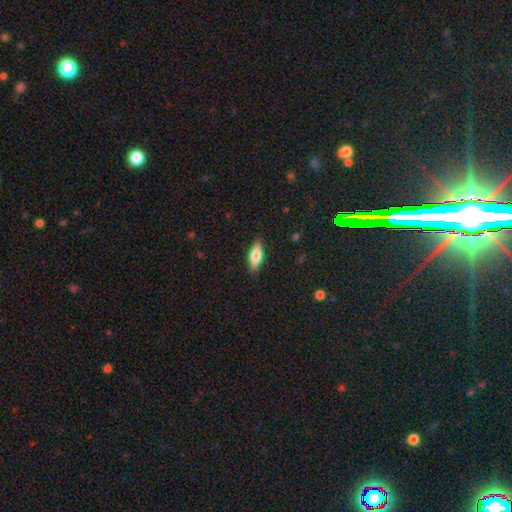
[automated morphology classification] The model was most divided on "how rounded": in between: 68%, cigar-shaped: 30%, round: 3%. More confident: merging — none (88%); smooth or featured — smooth (70%).